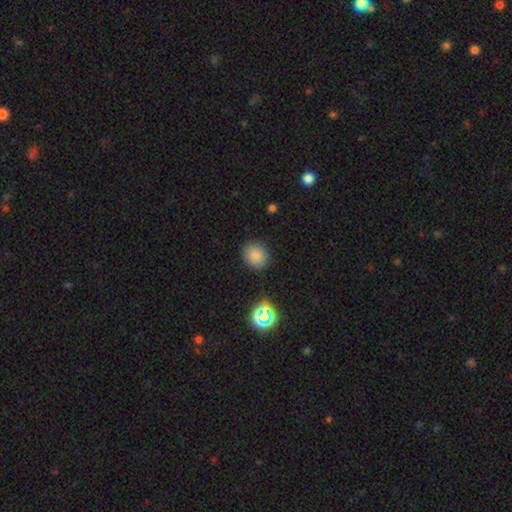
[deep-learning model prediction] A smooth galaxy with no disk features (80%) that is round (77%). Merging: none (86%).